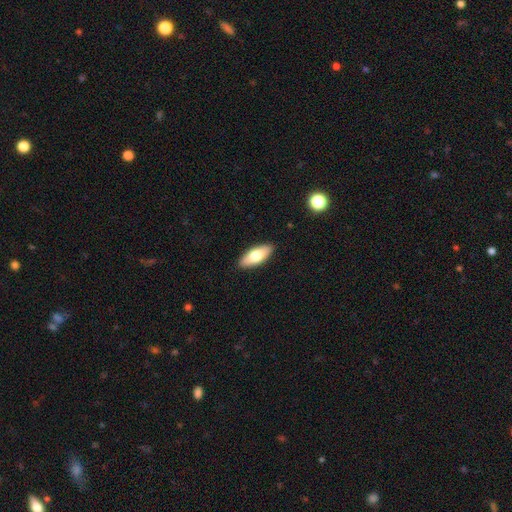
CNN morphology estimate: A smooth galaxy with no disk features (71%) that is in between round and cigar-shaped (76%).

Vote fractions:
- Smooth or featured? smooth: 71% / featured or disk: 23% / star or artifact: 6%
- How rounded? in between: 76% / cigar-shaped: 21% / round: 2%
- Merging? none: 90% / minor disturbance: 7% / major disturbance: 2% / merger: 1%